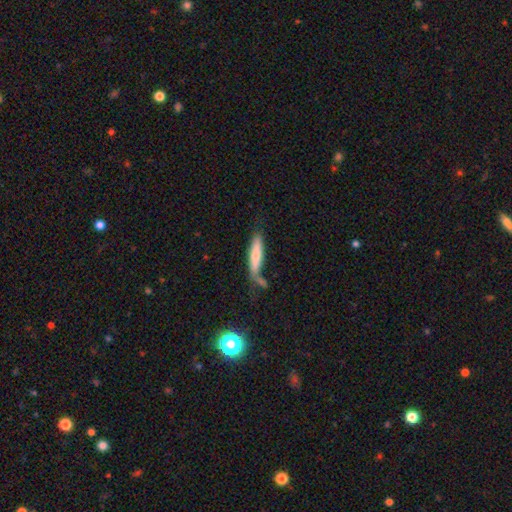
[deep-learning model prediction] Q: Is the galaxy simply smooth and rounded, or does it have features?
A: smooth — 69%.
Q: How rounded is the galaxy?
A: cigar-shaped — 76%.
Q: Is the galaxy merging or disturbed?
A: none — 48%.